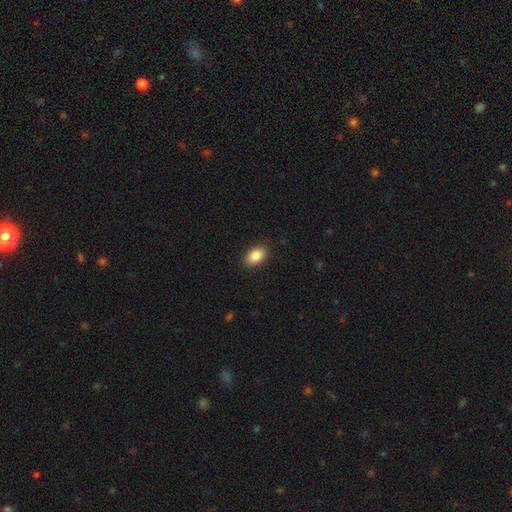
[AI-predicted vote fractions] The model was most divided on "smooth or featured": smooth: 86%, star or artifact: 8%, featured or disk: 6%. More confident: how rounded — in between (90%); merging — none (88%).